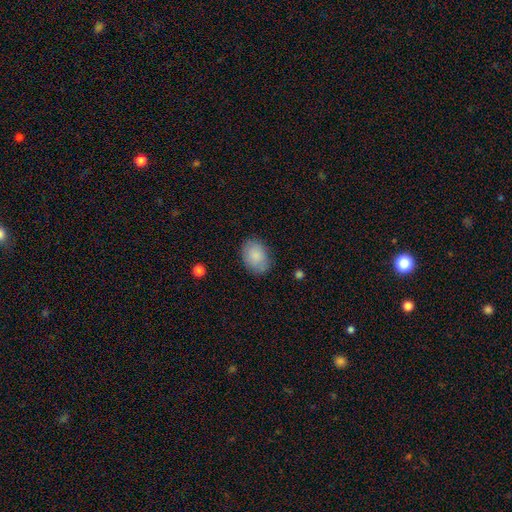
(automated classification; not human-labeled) A smooth galaxy with no disk features (85%) that is in between round and cigar-shaped (75%).

Vote fractions:
- Smooth or featured? smooth: 85% / featured or disk: 8% / star or artifact: 7%
- How rounded? in between: 75% / round: 24% / cigar-shaped: 1%
- Merging? none: 80% / minor disturbance: 15% / major disturbance: 4% / merger: 1%